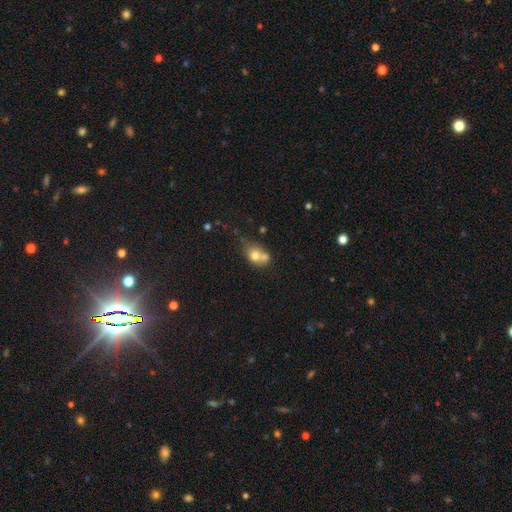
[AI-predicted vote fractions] Overall: smooth (69%). How rounded: in between (51%; round 47%). Merging: merger (52%; none 30%).